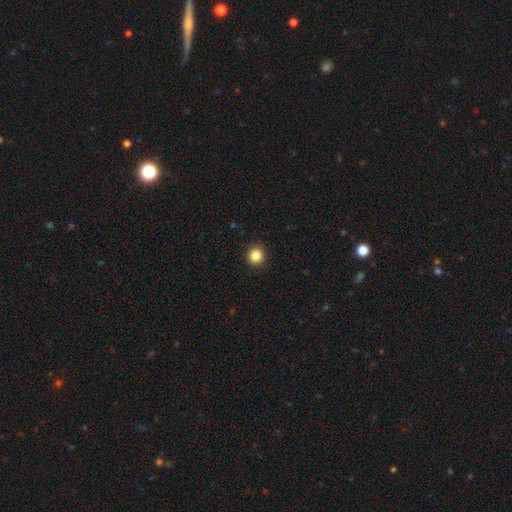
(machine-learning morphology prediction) type=smooth (85%); roundness=round (92%); merging=none (92%).